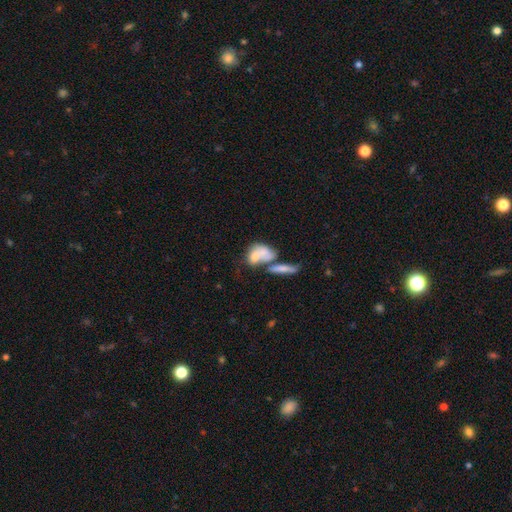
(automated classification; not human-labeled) smooth 58%, featured or disk 32%, star or artifact 10%. Down the decision tree: how rounded — in between (65%); merging — merger (58%).